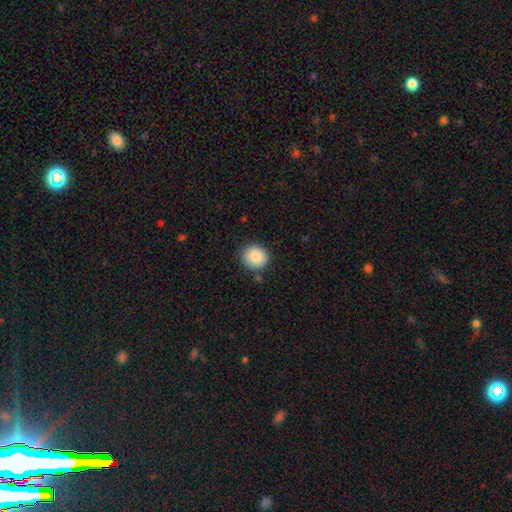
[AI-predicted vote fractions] Overall: smooth (87%). How rounded: round (87%). Merging: none (86%).